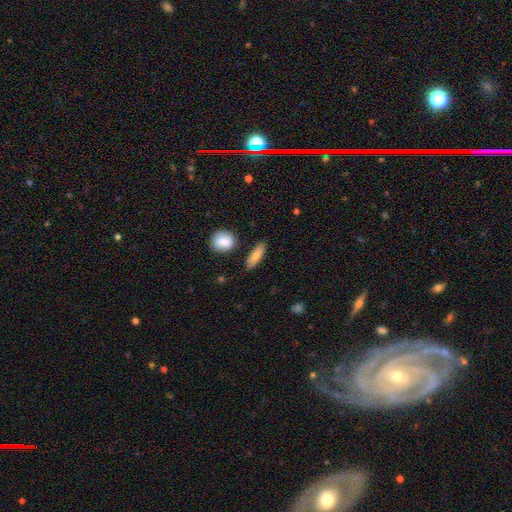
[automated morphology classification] Smooth or featured? Predicted: smooth (p=0.77). How rounded? Predicted: in between (p=0.50). Merging? Predicted: none (p=0.83).